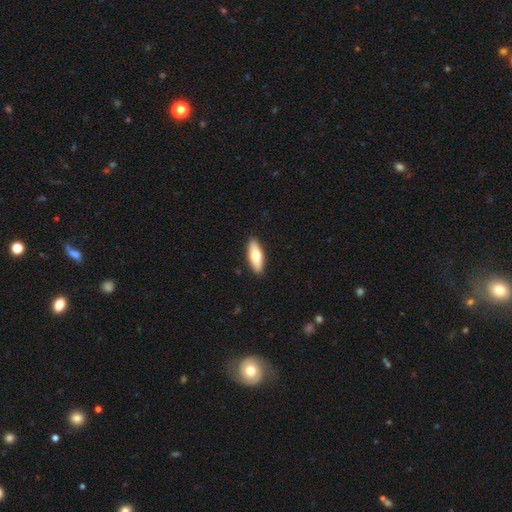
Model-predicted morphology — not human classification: This appears to be a smooth galaxy with no disk features (67%) that is in between round and cigar-shaped (58%). Merging: none (90%).